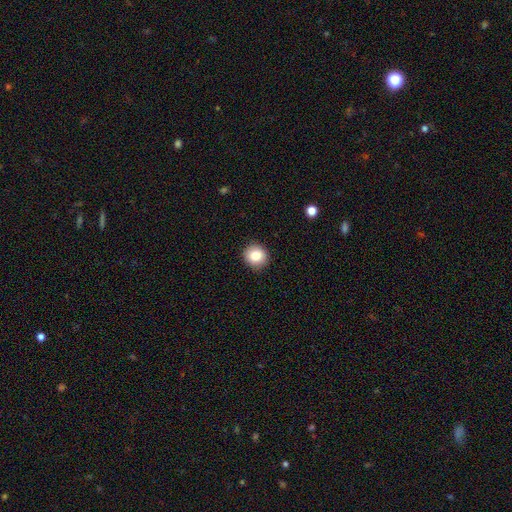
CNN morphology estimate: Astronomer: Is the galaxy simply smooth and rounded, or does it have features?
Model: smooth — 83%.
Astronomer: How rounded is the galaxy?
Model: round — 89%.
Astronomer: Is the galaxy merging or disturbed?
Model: none — 91%.